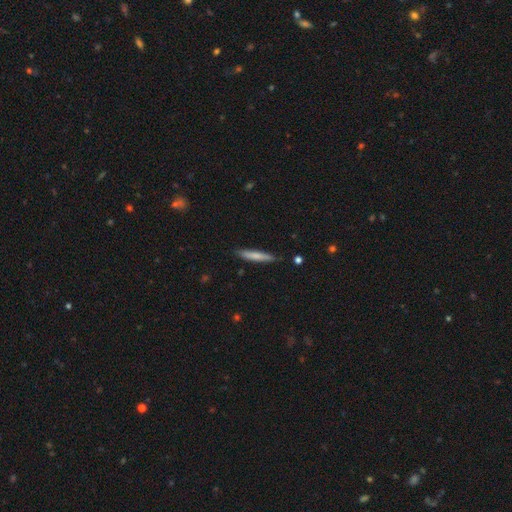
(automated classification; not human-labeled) Morphology: type=smooth (72%); roundness=cigar-shaped (92%); merging=none (85%).